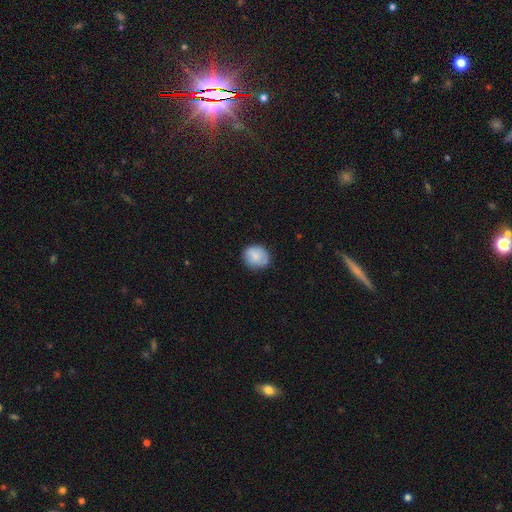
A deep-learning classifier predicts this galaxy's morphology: A smooth galaxy with no disk features (80%) that is round (76%). Merging: none (78%).